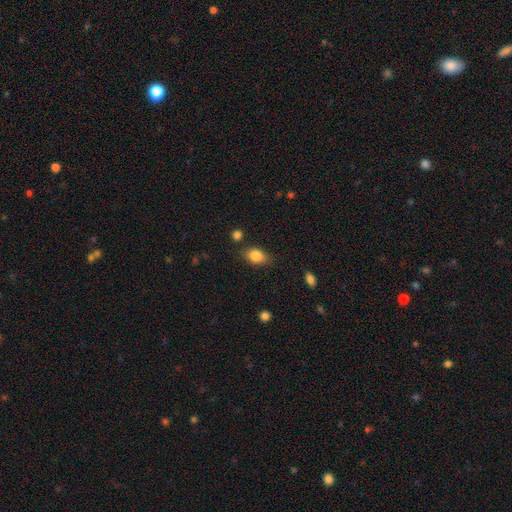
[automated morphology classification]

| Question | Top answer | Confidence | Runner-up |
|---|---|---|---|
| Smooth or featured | smooth | 84% | star or artifact (9%) |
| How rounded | in between | 79% | round (18%) |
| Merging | none | 74% | minor disturbance (18%) |